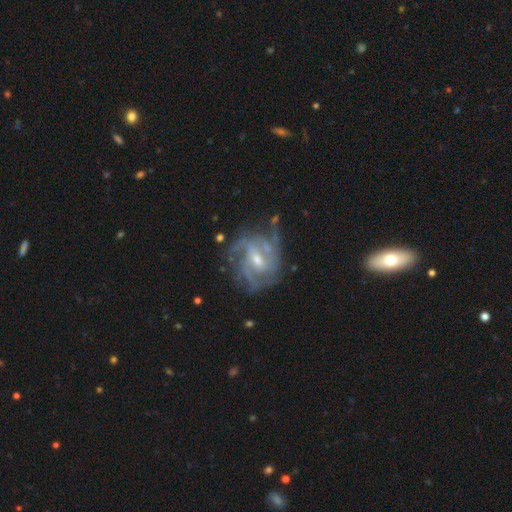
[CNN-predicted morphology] A featured or disk galaxy (84%) with a weak bar (50%), tight (50%) spiral arms (94%) and a small central bulge (48%).

Vote fractions:
- Smooth or featured? featured or disk: 84% / star or artifact: 9% / smooth: 7%
- Edge-on disk? no: 96% / yes: 4%
- Bar? weak: 50% / strong: 27% / no: 22%
- Spiral arms? yes: 94% / no: 6%
- Spiral winding? tight: 50% / medium: 38% / loose: 11%
- Spiral arm count? can't tell: 28% / 3: 24% / 2: 20% / 4: 16% / more than 4: 6% / 1: 5%
- Bulge size? small: 48% / moderate: 46% / none: 3% / large: 2% / dominant: 1%
- Merging? none: 66% / minor disturbance: 20% / major disturbance: 11% / merger: 3%